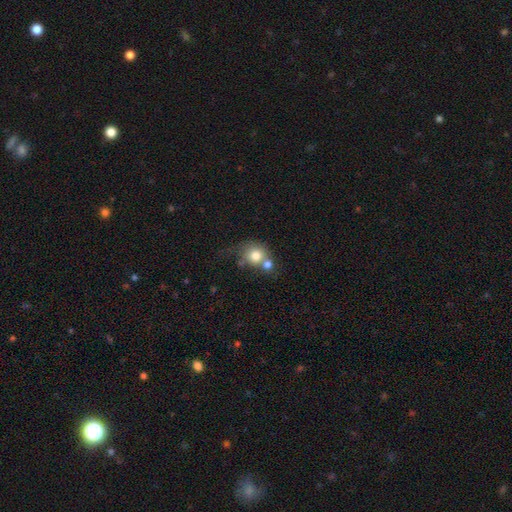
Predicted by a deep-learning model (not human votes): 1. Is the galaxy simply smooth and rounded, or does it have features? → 76% smooth, 14% featured or disk, 10% star or artifact.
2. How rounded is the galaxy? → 79% round, 20% in between, 1% cigar-shaped.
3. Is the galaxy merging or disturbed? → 48% merger, 33% none, 11% minor disturbance, 8% major disturbance.